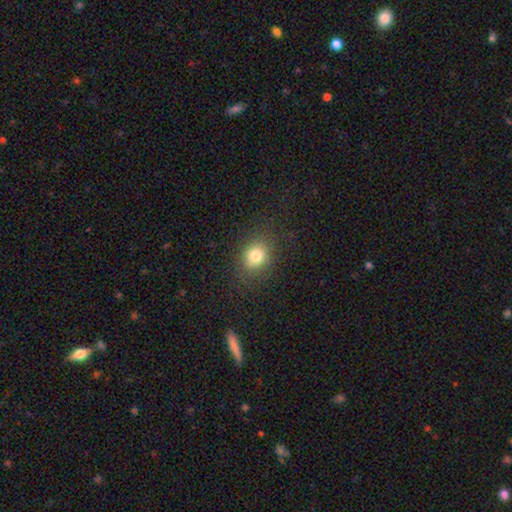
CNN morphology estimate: smooth-or-featured: smooth: 79% | star or artifact: 13% | featured or disk: 8%
  how-rounded: round: 61% | in between: 38% | cigar-shaped: 1%
  merging: none: 81% | minor disturbance: 12% | major disturbance: 6% | merger: 1%